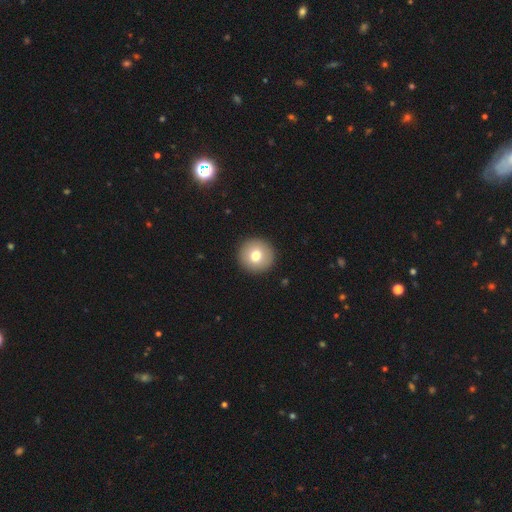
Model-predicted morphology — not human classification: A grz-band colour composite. It shows a smooth galaxy with no disk features (76%) that is round (96%). Merging: none (93%).